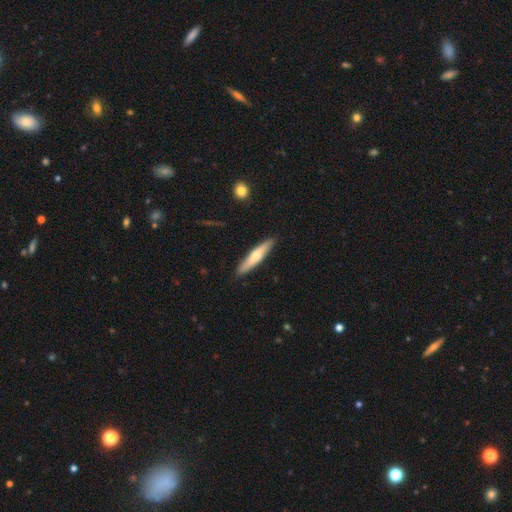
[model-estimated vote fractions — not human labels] This is possibly a smooth galaxy (60%). How rounded: clearly cigar-shaped (89%). Merging: clearly none (90%).